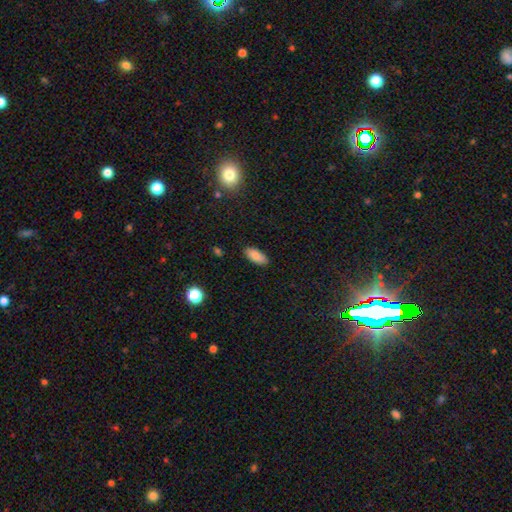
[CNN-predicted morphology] A smooth galaxy with no disk features (86%) that is in between round and cigar-shaped (87%).

Vote fractions:
- Smooth or featured? smooth: 86% / star or artifact: 8% / featured or disk: 6%
- How rounded? in between: 87% / cigar-shaped: 11% / round: 2%
- Merging? none: 87% / minor disturbance: 10% / major disturbance: 2% / merger: 1%